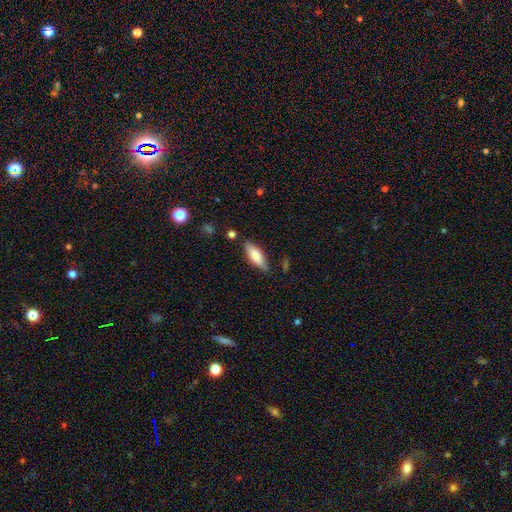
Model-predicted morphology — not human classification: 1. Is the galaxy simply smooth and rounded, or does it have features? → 69% smooth, 25% featured or disk, 6% star or artifact.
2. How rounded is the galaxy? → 60% in between, 38% cigar-shaped, 2% round.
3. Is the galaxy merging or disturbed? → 81% none, 14% minor disturbance, 3% major disturbance, 3% merger.